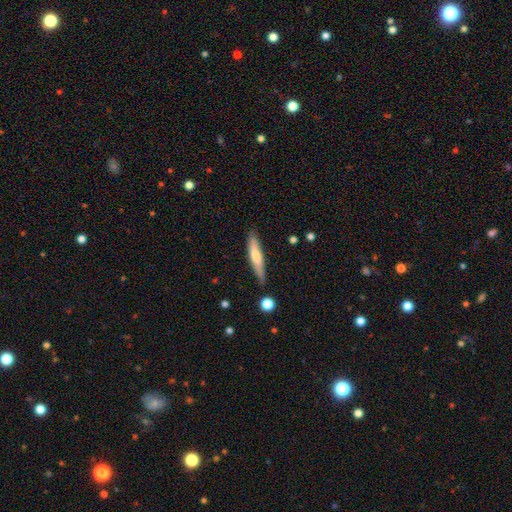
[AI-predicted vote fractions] Smooth or featured?
  - smooth: 64% *
  - featured or disk: 30%
  - star or artifact: 6%
How rounded?
  - cigar-shaped: 87% *
  - in between: 12%
  - round: 1%
Merging?
  - none: 78% *
  - minor disturbance: 16%
  - major disturbance: 3%
  - merger: 3%